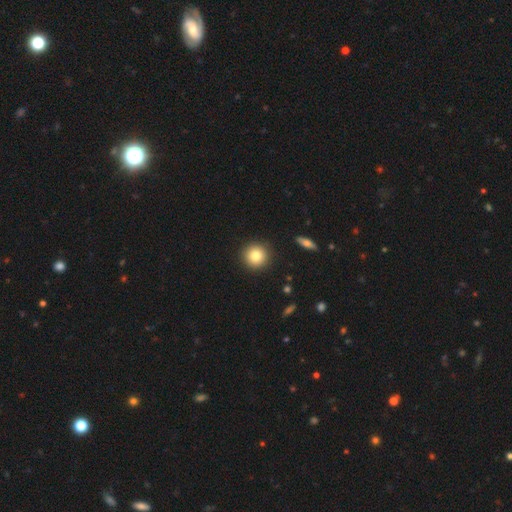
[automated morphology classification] Overall: smooth (82%). How rounded: round (94%). Merging: none (91%).